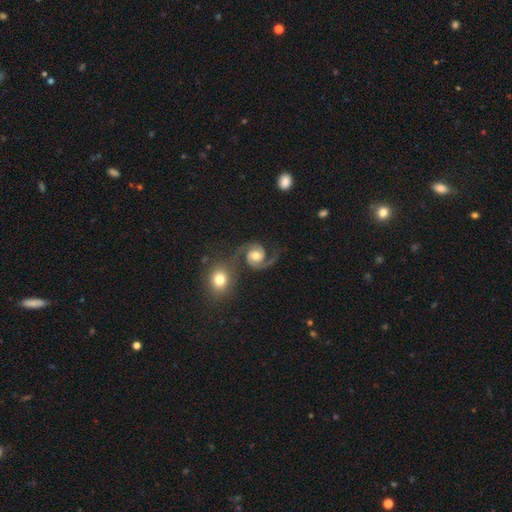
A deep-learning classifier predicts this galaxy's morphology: This is clearly a featured or disk galaxy (89%). It is clearly not viewed edge-on (98%). Bar: likely no (64%). Spiral arm pattern: clearly yes (98%). Spiral arm count: clearly 2 (94%). Spiral winding: possibly medium (59%). Central bulge: likely moderate (69%). Merging: likely none (66%).